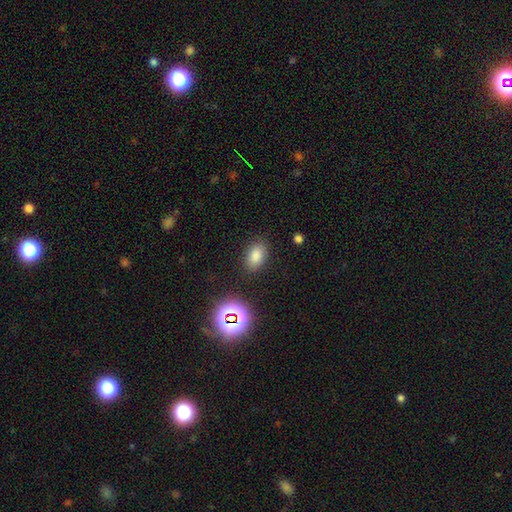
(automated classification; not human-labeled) This appears to be a smooth galaxy with no disk features (77%) that is in between round and cigar-shaped (85%). Merging: none (86%).